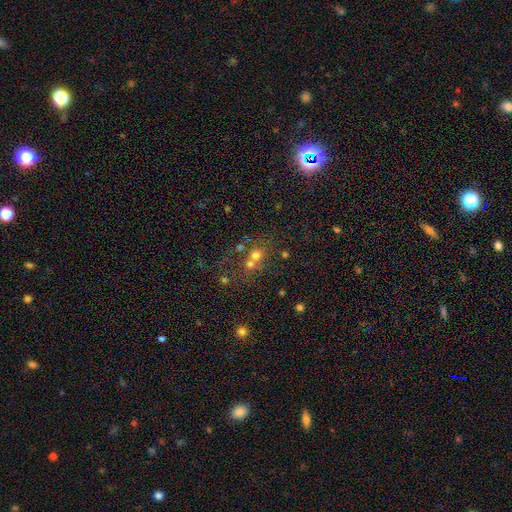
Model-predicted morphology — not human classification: smooth-or-featured: smooth: 64% | star or artifact: 21% | featured or disk: 16%
  how-rounded: round: 83% | in between: 16% | cigar-shaped: 1%
  merging: merger: 46% | none: 42% | minor disturbance: 7% | major disturbance: 5%